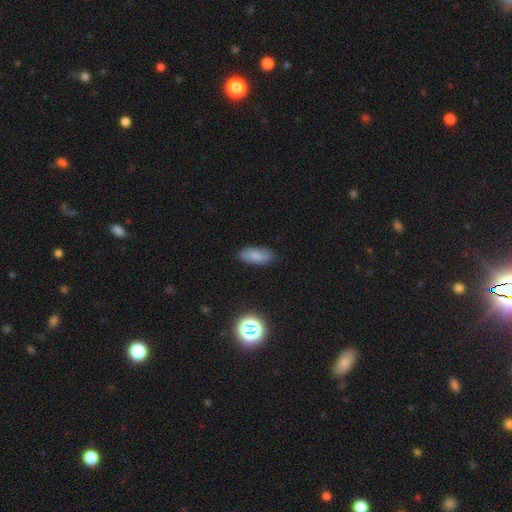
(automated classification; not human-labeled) Overall: smooth (73%). How rounded: in between (85%). Merging: none (81%).